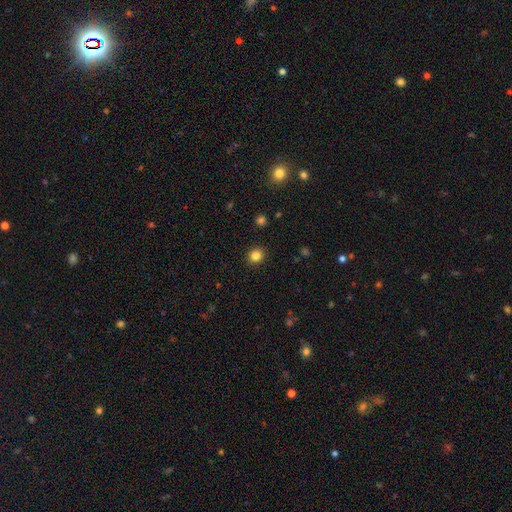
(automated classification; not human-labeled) A smooth galaxy with no disk features (83%) that is round (83%). Merging: none (91%).